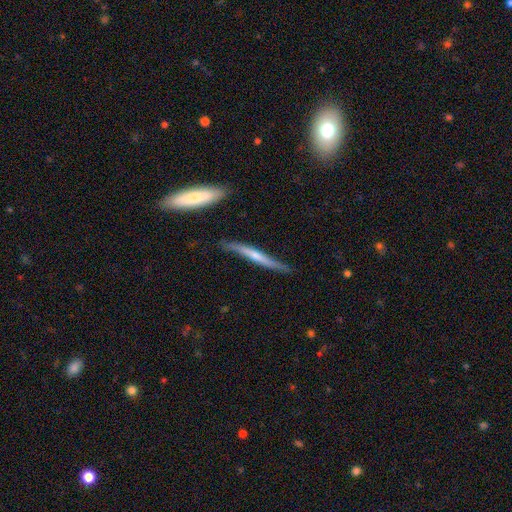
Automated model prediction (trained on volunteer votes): Smooth or featured? featured or disk (56%)
Edge-on disk? yes (91%)
Edge-on bulge? none (48%)
Merging? none (75%)